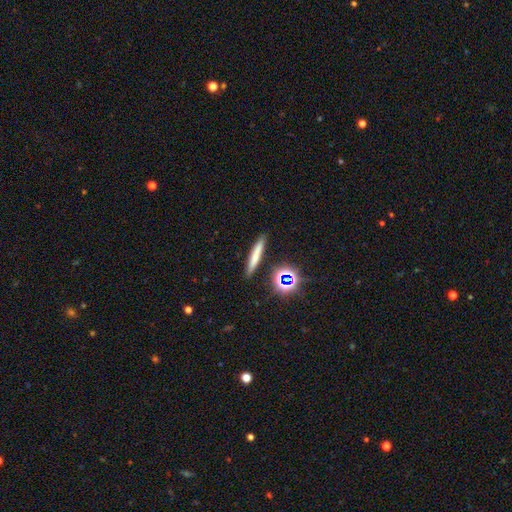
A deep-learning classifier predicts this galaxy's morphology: This is likely a smooth galaxy (65%). How rounded: clearly cigar-shaped (90%). Merging: clearly none (88%).